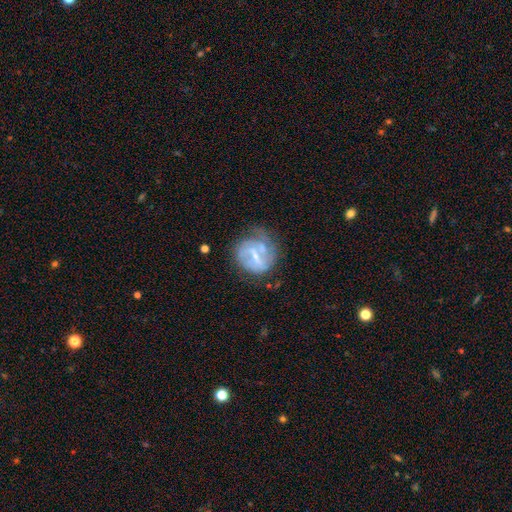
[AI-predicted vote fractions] Smooth or featured? featured or disk (71%)
Edge-on disk? no (97%)
Bar? weak (49%)
Spiral arms? yes (74%)
Spiral winding? tight (40%)
Spiral arm count? 2 (40%)
Bulge size? small (56%)
Merging? none (52%)